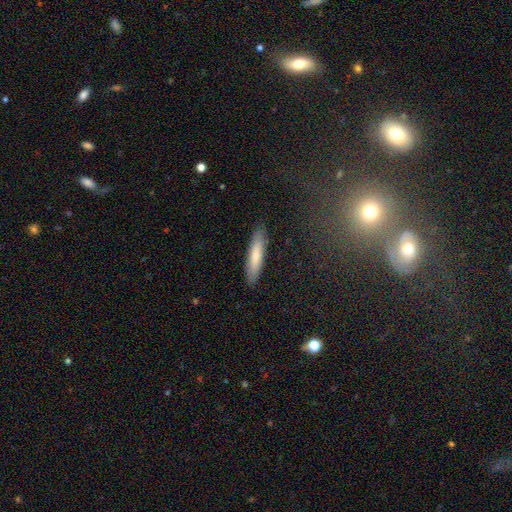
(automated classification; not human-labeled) Smooth or featured? Predicted: smooth (p=0.75). How rounded? Predicted: cigar-shaped (p=0.85). Merging? Predicted: none (p=0.89).